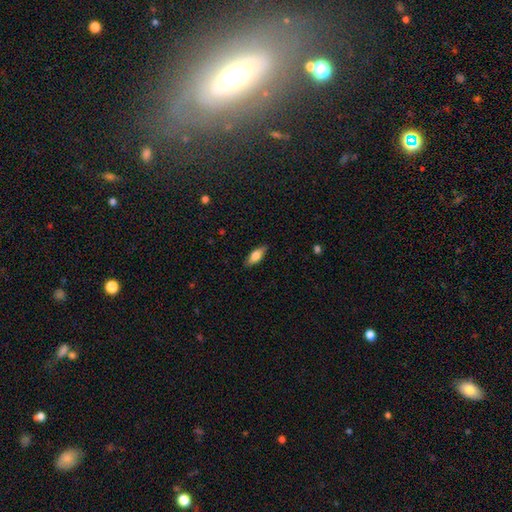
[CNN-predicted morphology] Smooth or featured: smooth — 70% (featured or disk — 23%)
How rounded: in between — 71% (cigar-shaped — 26%)
Merging: none — 86% (minor disturbance — 11%)